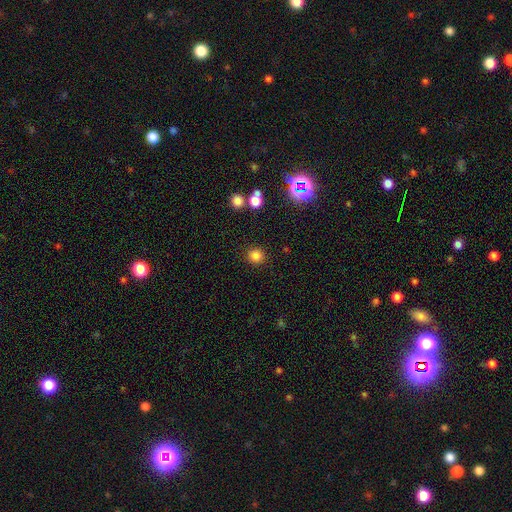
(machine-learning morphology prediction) A smooth galaxy with no disk features (82%) that is round (92%).

Vote fractions:
- Smooth or featured? smooth: 82% / star or artifact: 14% / featured or disk: 4%
- How rounded? round: 92% / in between: 7% / cigar-shaped: 1%
- Merging? none: 90% / minor disturbance: 6% / major disturbance: 2% / merger: 2%